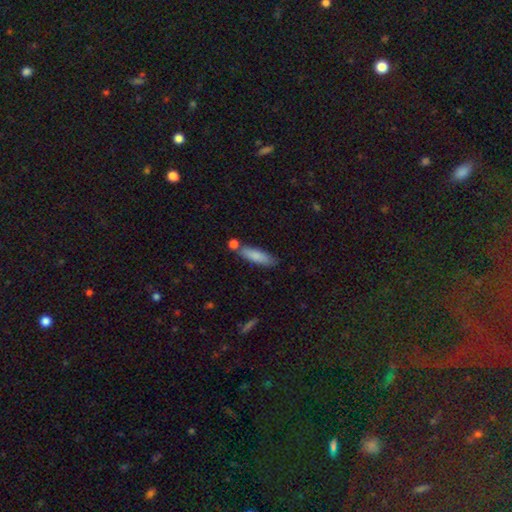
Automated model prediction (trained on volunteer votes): This appears to be a smooth galaxy with no disk features (82%) that is cigar-shaped (66%). Merging: none (69%).